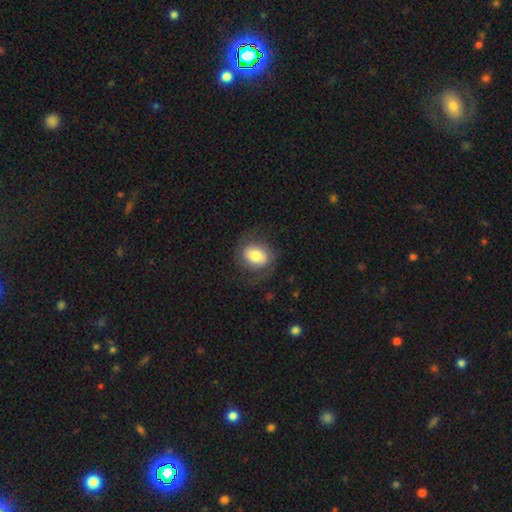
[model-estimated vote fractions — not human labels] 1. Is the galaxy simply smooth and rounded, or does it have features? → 71% smooth, 21% featured or disk, 7% star or artifact.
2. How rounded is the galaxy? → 55% in between, 44% round, 1% cigar-shaped.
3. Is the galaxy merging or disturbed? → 70% none, 17% minor disturbance, 11% major disturbance, 1% merger.